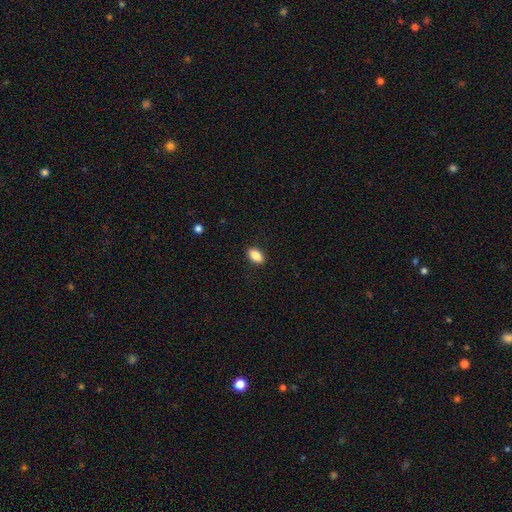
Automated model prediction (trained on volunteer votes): A smooth galaxy with no disk features (86%) that is in between round and cigar-shaped (89%).

Vote fractions:
- Smooth or featured? smooth: 86% / star or artifact: 8% / featured or disk: 7%
- How rounded? in between: 89% / round: 6% / cigar-shaped: 5%
- Merging? none: 90% / minor disturbance: 7% / major disturbance: 2% / merger: 1%